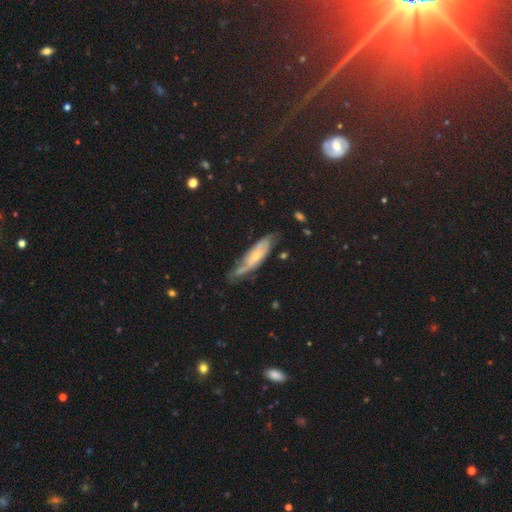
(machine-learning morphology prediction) featured or disk 64%, smooth 28%, star or artifact 8%. Down the decision tree: edge-on disk — no (65%); merging — none (56%).